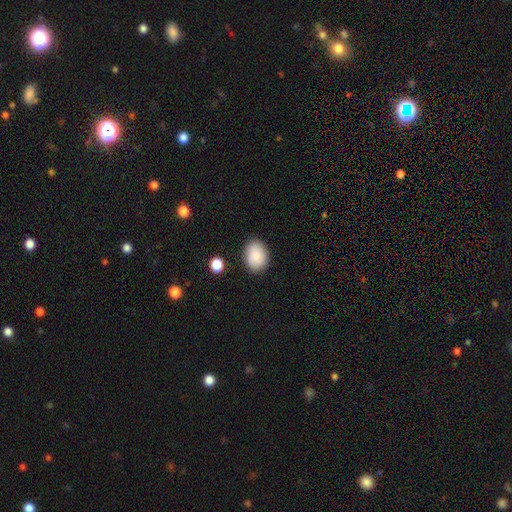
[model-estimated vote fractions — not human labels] Morphology: type=smooth (88%); roundness=in between (72%); merging=none (86%).